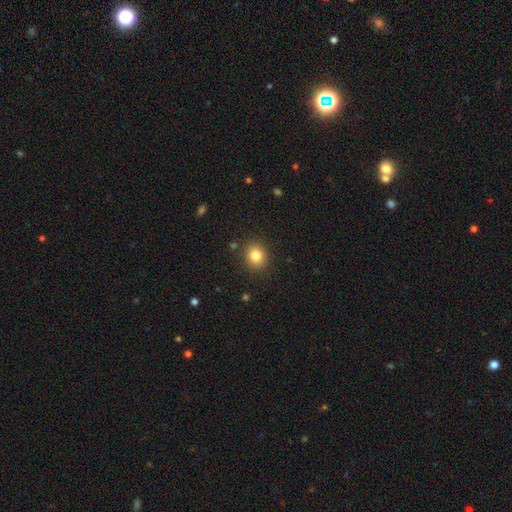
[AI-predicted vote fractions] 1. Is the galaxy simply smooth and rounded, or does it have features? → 82% smooth, 11% star or artifact, 7% featured or disk.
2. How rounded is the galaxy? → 75% round, 24% in between, 1% cigar-shaped.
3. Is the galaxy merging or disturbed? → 89% none, 7% minor disturbance, 2% major disturbance, 2% merger.